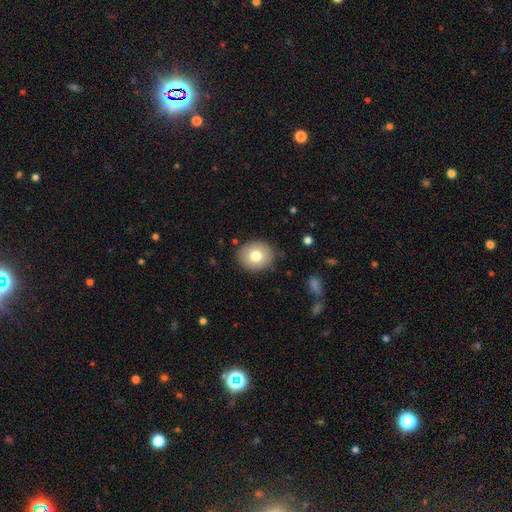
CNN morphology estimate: This is likely a smooth galaxy (77%). How rounded: likely round (68%). Merging: clearly none (87%).